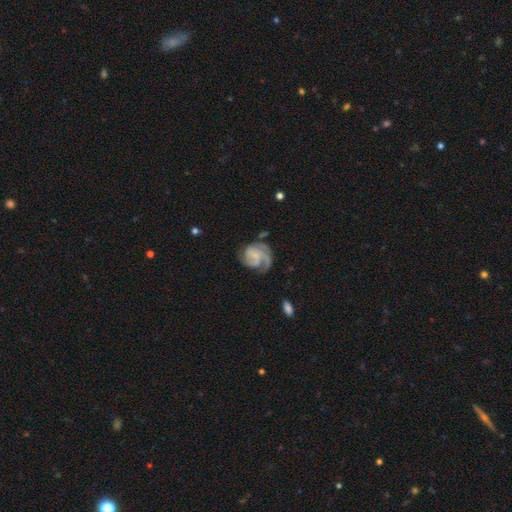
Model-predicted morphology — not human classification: Smooth or featured: featured or disk — 74% (smooth — 19%)
Edge-on disk: no — 98% (yes — 2%)
Bar: no — 61% (weak — 32%)
Spiral arms: yes — 92% (no — 8%)
Spiral winding: tight — 42% (medium — 40%)
Spiral arm count: 3 — 29% (2 — 26%)
Bulge size: small — 46% (none — 36%)
Merging: none — 53% (major disturbance — 22%)